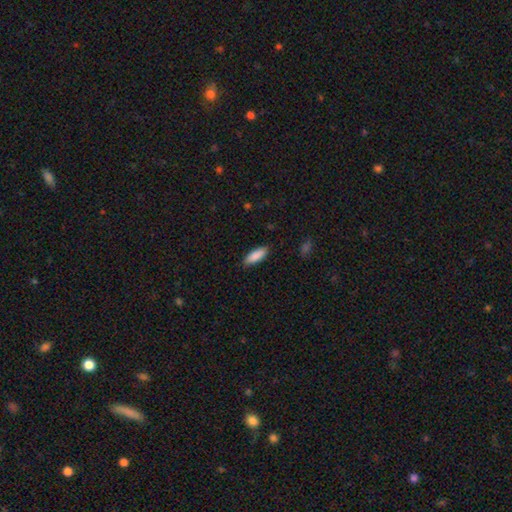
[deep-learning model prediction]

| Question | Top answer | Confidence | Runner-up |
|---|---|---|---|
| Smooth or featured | smooth | 89% | star or artifact (6%) |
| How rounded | in between | 71% | cigar-shaped (28%) |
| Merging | none | 86% | minor disturbance (11%) |